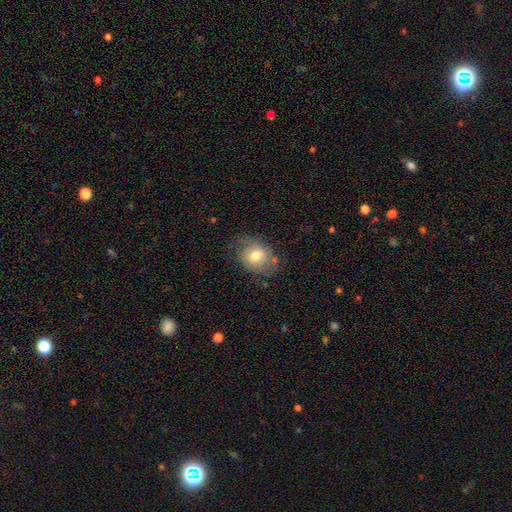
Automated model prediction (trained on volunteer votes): smooth-or-featured: smooth: 65% | featured or disk: 26% | star or artifact: 9%
  how-rounded: in between: 56% | round: 43% | cigar-shaped: 1%
  merging: none: 62% | minor disturbance: 25% | major disturbance: 10% | merger: 2%